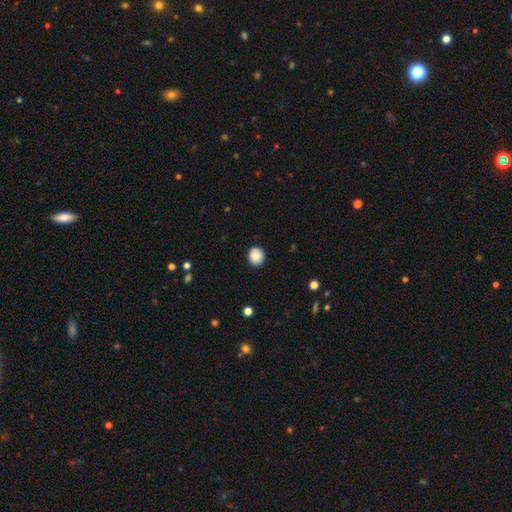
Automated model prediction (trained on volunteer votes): Smooth or featured? Predicted: smooth (p=0.87). How rounded? Predicted: round (p=0.84). Merging? Predicted: none (p=0.90).